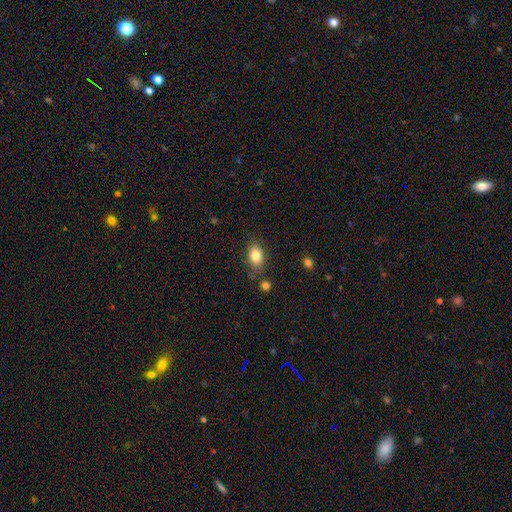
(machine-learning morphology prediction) This appears to be a smooth galaxy with no disk features (83%) that is in between round and cigar-shaped (83%). Merging: none (76%).